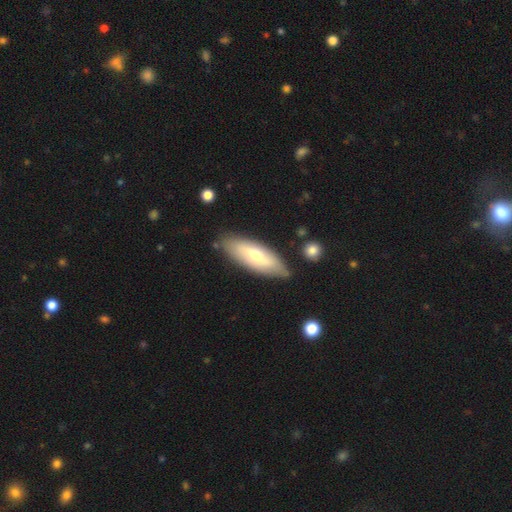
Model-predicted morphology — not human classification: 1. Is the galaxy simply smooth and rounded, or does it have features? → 48% featured or disk, 47% smooth, 5% star or artifact.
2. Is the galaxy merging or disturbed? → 81% none, 13% minor disturbance, 3% major disturbance, 3% merger.